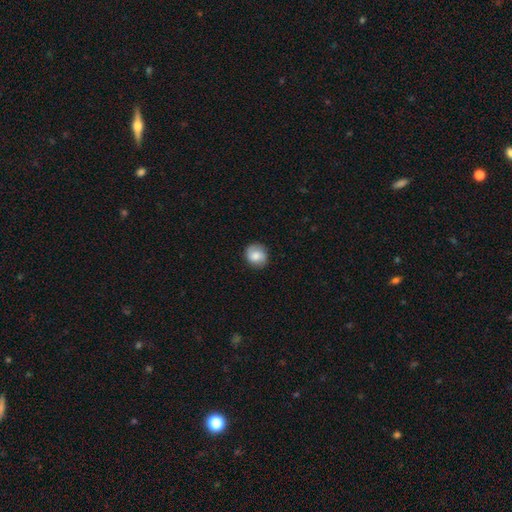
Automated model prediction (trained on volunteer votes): The model was most divided on "smooth or featured": smooth: 66%, featured or disk: 26%, star or artifact: 8%. More confident: merging — none (85%); how rounded — round (81%).